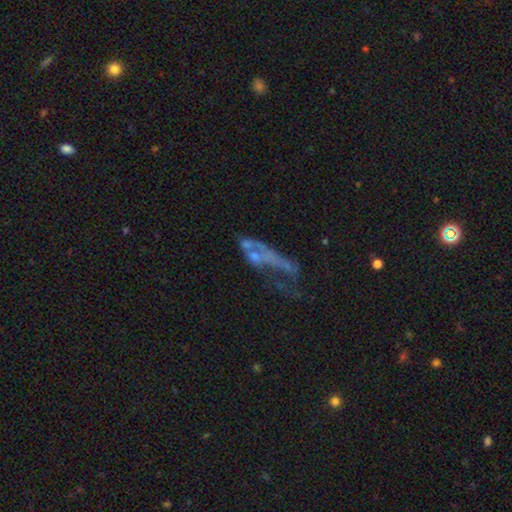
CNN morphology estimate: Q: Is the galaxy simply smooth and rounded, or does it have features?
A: featured or disk — 55%.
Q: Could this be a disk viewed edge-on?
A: no — 88%.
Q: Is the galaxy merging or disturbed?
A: major disturbance — 41%.